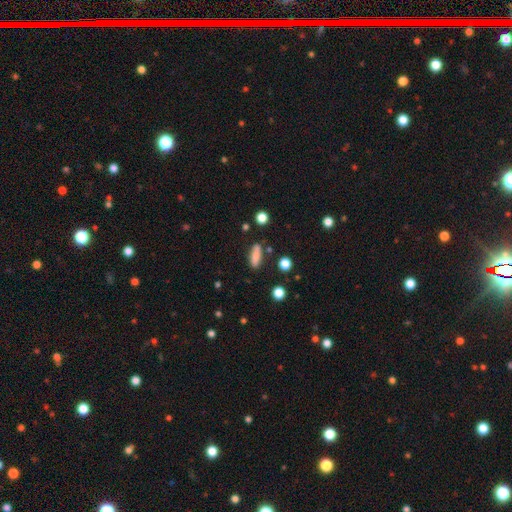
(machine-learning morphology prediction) A smooth galaxy with no disk features (82%) that is in between round and cigar-shaped (51%).

Vote fractions:
- Smooth or featured? smooth: 82% / featured or disk: 10% / star or artifact: 9%
- How rounded? in between: 51% / cigar-shaped: 44% / round: 4%
- Merging? none: 78% / minor disturbance: 14% / merger: 5% / major disturbance: 4%